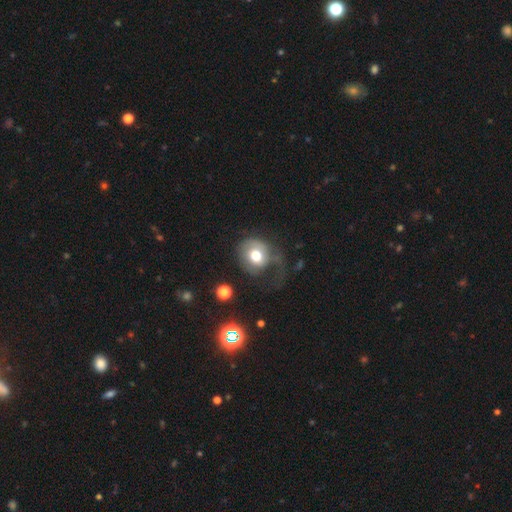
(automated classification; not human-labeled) smooth 63%, featured or disk 28%, star or artifact 9%. Down the decision tree: how rounded — round (75%); merging — major disturbance (42%).